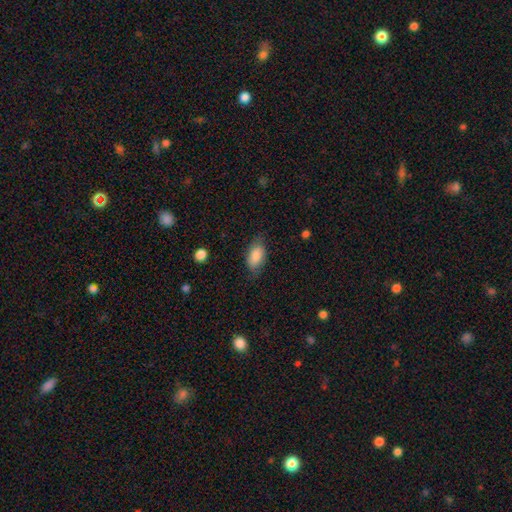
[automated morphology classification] This is clearly a smooth galaxy (83%). How rounded: clearly in between (92%). Merging: likely none (72%).